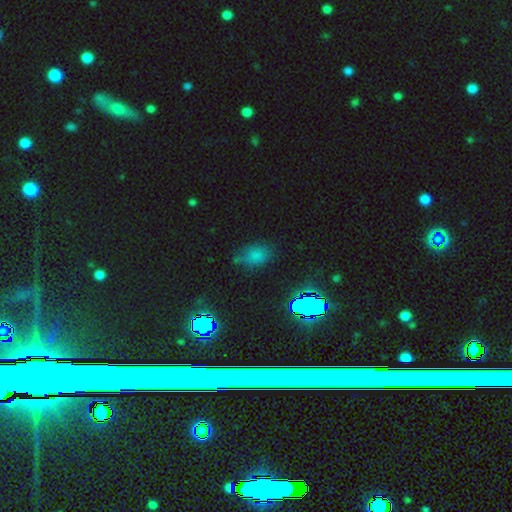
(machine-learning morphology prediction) Smooth or featured? Predicted: smooth (p=0.60). How rounded? Predicted: in between (p=0.72). Merging? Predicted: none (p=0.63).